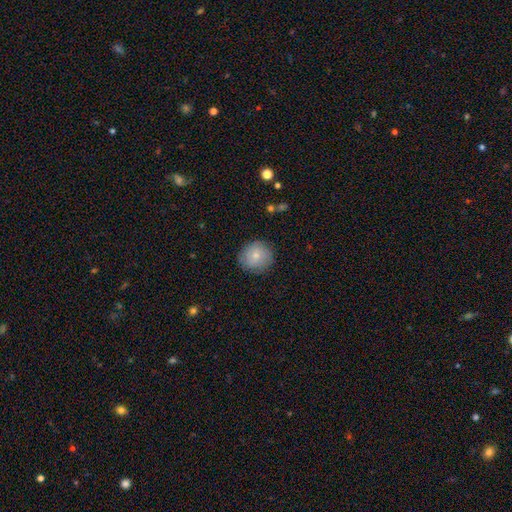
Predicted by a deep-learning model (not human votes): Smooth or featured?
  - smooth: 73% *
  - featured or disk: 20%
  - star or artifact: 7%
How rounded?
  - round: 90% *
  - in between: 9%
  - cigar-shaped: 1%
Merging?
  - none: 84% *
  - minor disturbance: 12%
  - major disturbance: 3%
  - merger: 1%